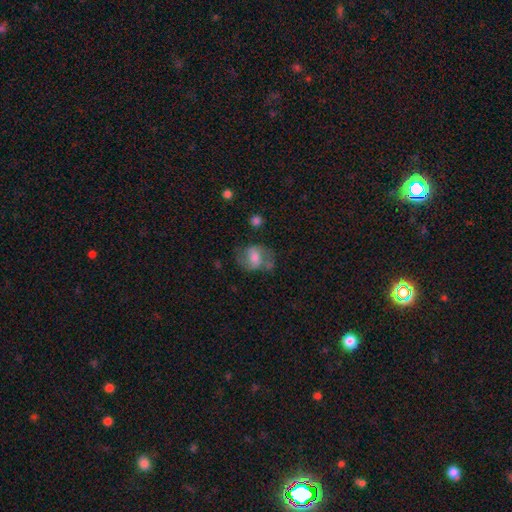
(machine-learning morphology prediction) Smooth or featured? Predicted: featured or disk (p=0.54). Edge-on disk? Predicted: no (p=0.96). Bar? Predicted: weak (p=0.44). Spiral arms? Predicted: yes (p=0.78). Bulge size? Predicted: moderate (p=0.52). Merging? Predicted: none (p=0.63).